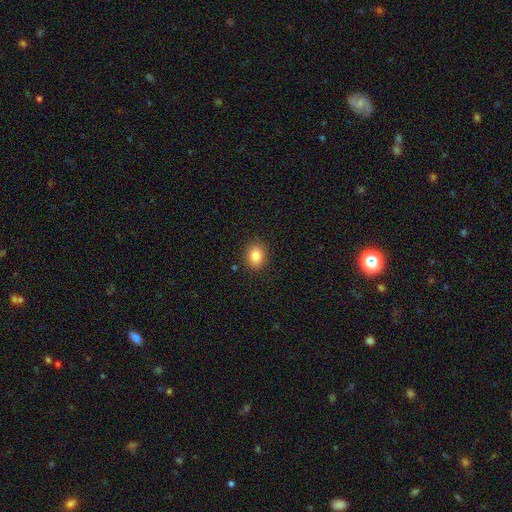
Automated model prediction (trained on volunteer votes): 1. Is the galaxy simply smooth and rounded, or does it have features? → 84% smooth, 10% star or artifact, 6% featured or disk.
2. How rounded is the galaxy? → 50% in between, 49% round, 1% cigar-shaped.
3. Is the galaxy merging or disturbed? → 89% none, 8% minor disturbance, 2% major disturbance, 1% merger.